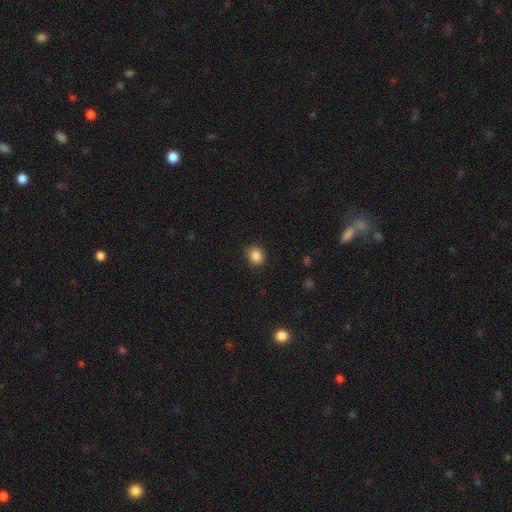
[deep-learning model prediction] The model was most divided on "how rounded": round: 73%, in between: 26%, cigar-shaped: 1%. More confident: smooth or featured — smooth (86%); merging — none (83%).